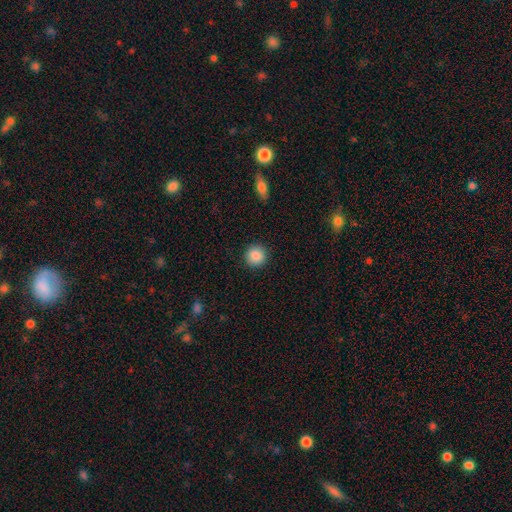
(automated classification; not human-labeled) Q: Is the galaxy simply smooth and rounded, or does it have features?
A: smooth — 87%.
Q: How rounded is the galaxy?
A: round — 94%.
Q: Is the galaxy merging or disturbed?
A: none — 91%.